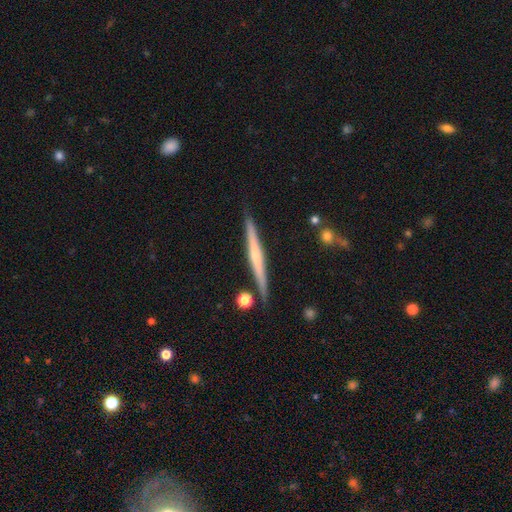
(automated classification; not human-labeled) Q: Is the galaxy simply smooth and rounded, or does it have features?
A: featured or disk — 64%.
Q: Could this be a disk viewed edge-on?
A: yes — 98%.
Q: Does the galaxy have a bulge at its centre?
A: rounded — 50%.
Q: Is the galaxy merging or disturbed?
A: none — 88%.